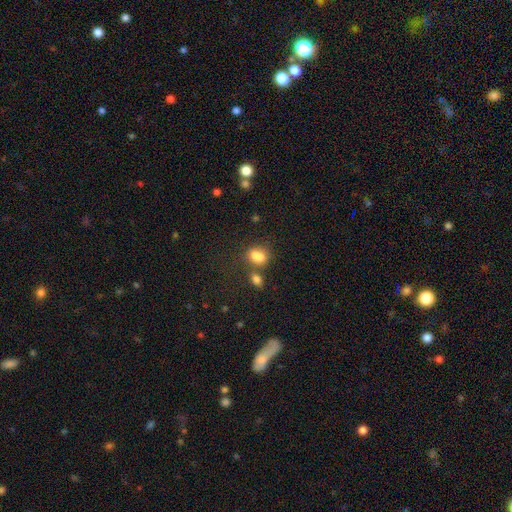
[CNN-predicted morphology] Smooth or featured: smooth — 79% (star or artifact — 11%)
How rounded: in between — 67% (round — 31%)
Merging: none — 43% (merger — 35%)